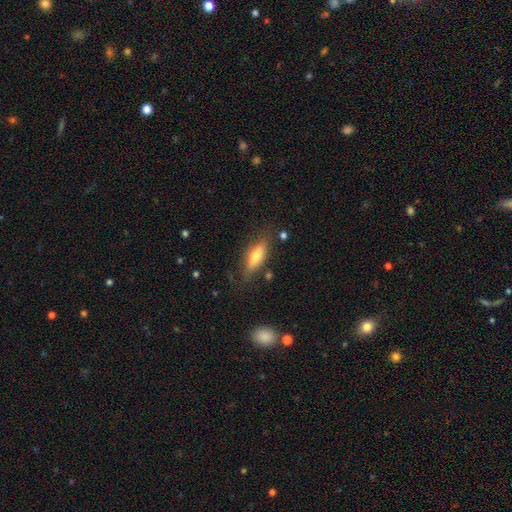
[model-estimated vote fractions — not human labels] smooth-or-featured: smooth: 60% | featured or disk: 33% | star or artifact: 7%
  how-rounded: in between: 56% | cigar-shaped: 41% | round: 3%
  merging: none: 76% | minor disturbance: 16% | major disturbance: 5% | merger: 3%